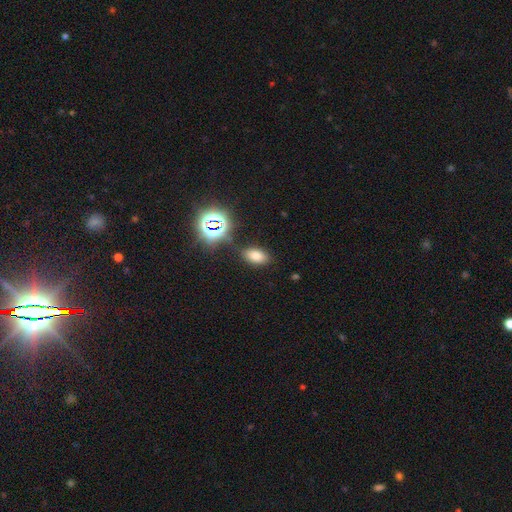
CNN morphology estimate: The model was most divided on "smooth or featured": smooth: 72%, star or artifact: 20%, featured or disk: 8%. More confident: how rounded — in between (88%); merging — none (83%).